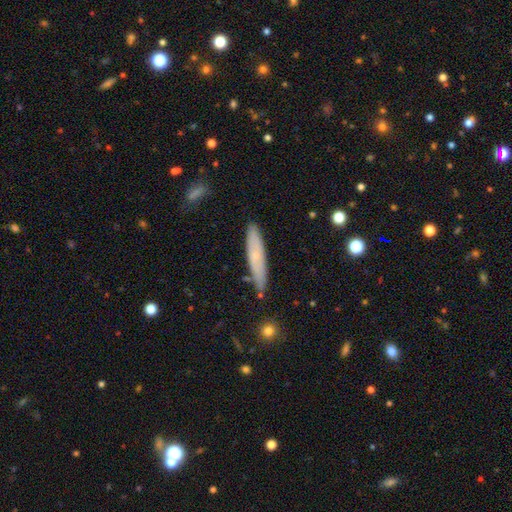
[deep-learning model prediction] Smooth or featured: smooth — 56% (featured or disk — 37%)
How rounded: cigar-shaped — 86% (in between — 12%)
Merging: none — 80% (minor disturbance — 15%)